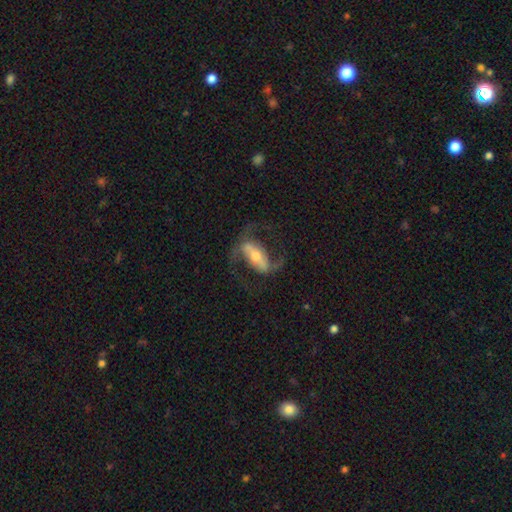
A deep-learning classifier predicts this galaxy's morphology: This is clearly a featured or disk galaxy (81%). It is clearly not viewed edge-on (90%). Bar: likely strong (64%). Spiral arm pattern: clearly yes (85%). Spiral arm count: clearly 2 (90%). Spiral winding: possibly medium (50%). Central bulge: possibly moderate (51%). Merging: likely none (66%).